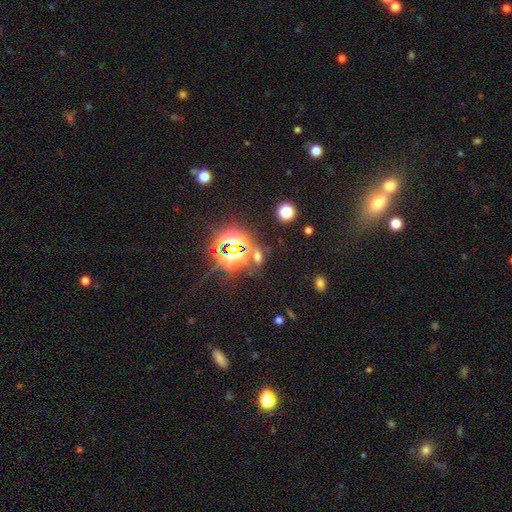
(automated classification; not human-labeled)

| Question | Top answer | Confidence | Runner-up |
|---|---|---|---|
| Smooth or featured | star or artifact | 80% | smooth (11%) |